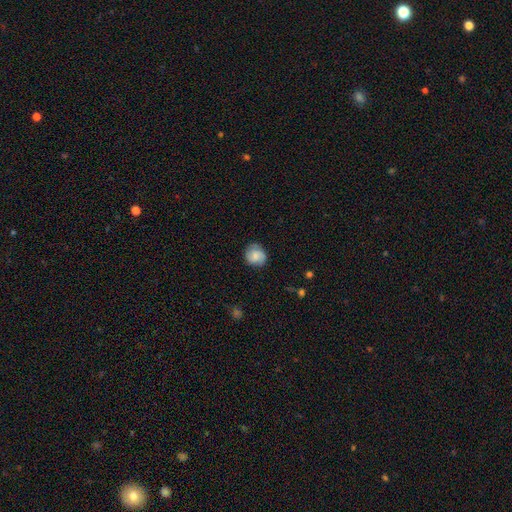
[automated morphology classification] smooth 66%, featured or disk 26%, star or artifact 8%. Down the decision tree: how rounded — round (82%); merging — none (79%).